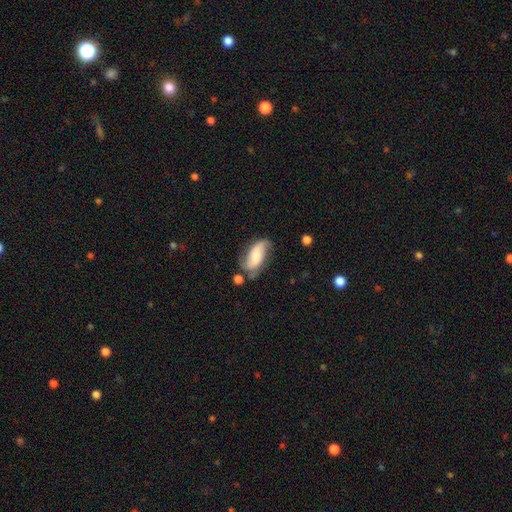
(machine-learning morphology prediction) featured or disk 53%, smooth 40%, star or artifact 7%. Down the decision tree: edge-on disk — no (91%); merging — none (53%).